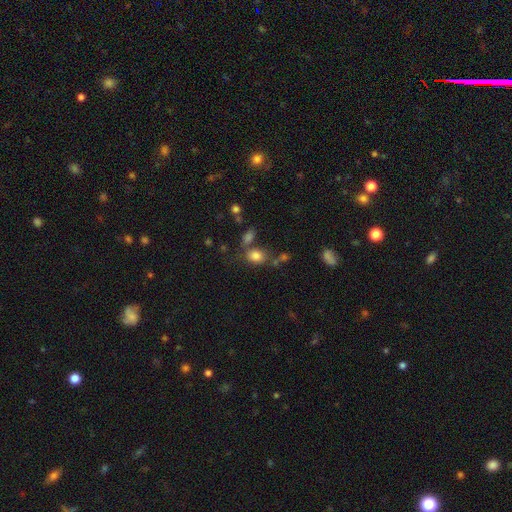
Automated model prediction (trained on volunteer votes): Overall: smooth (80%). How rounded: in between (64%; round 34%). Merging: none (60%).